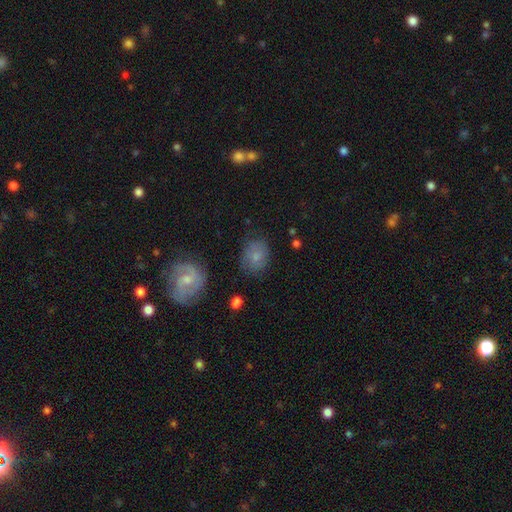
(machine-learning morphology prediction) Smooth or featured: smooth — 68% (featured or disk — 22%)
How rounded: round — 52% (in between — 47%)
Merging: none — 71% (minor disturbance — 19%)